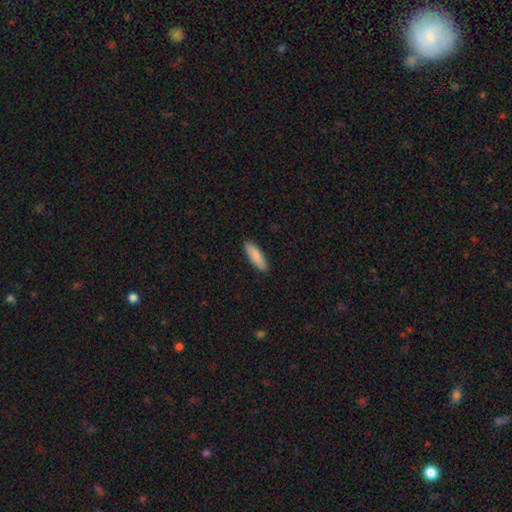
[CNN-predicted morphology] A smooth galaxy with no disk features (86%) that is cigar-shaped (52%).

Vote fractions:
- Smooth or featured? smooth: 86% / featured or disk: 9% / star or artifact: 5%
- How rounded? cigar-shaped: 52% / in between: 46% / round: 2%
- Merging? none: 89% / minor disturbance: 8% / major disturbance: 2% / merger: 1%